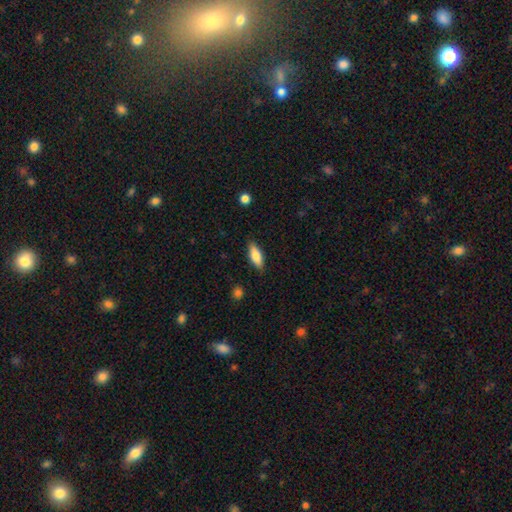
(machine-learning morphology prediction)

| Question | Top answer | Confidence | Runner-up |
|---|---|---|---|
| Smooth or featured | smooth | 78% | featured or disk (15%) |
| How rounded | in between | 70% | cigar-shaped (28%) |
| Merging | none | 86% | minor disturbance (11%) |